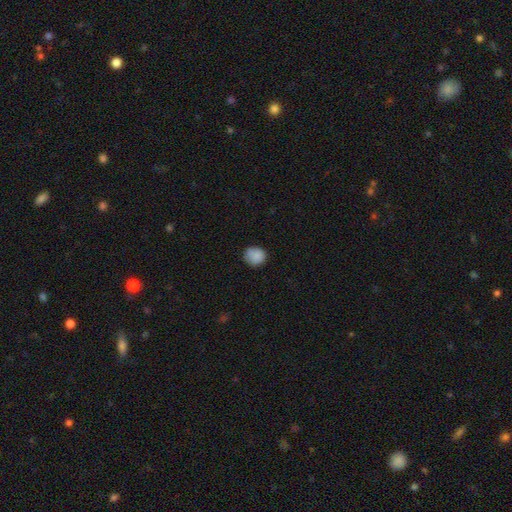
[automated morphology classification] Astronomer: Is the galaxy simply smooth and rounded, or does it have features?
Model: smooth — 87%.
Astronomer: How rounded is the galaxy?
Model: round — 83%.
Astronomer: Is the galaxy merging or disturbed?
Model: none — 79%.